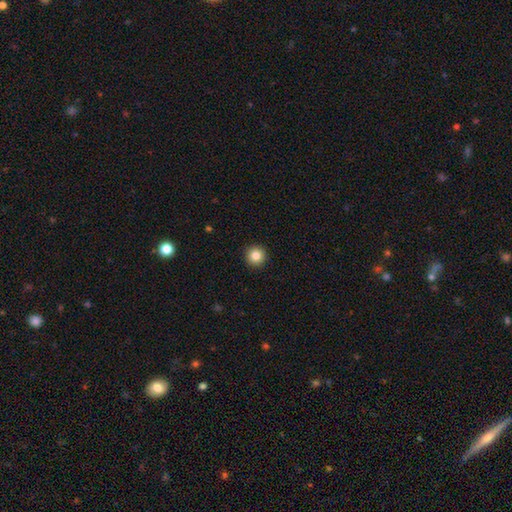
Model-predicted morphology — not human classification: The model was most divided on "smooth or featured": smooth: 84%, star or artifact: 10%, featured or disk: 6%. More confident: how rounded — round (96%); merging — none (93%).